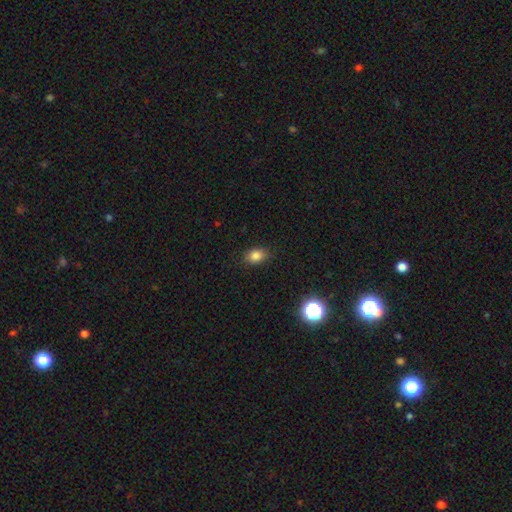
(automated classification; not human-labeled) smooth_or_featured: smooth (p=0.83) [alt: star or artifact p=0.11]
how_rounded: in between (p=0.71) [alt: round p=0.27]
merging: none (p=0.82) [alt: minor disturbance p=0.14]